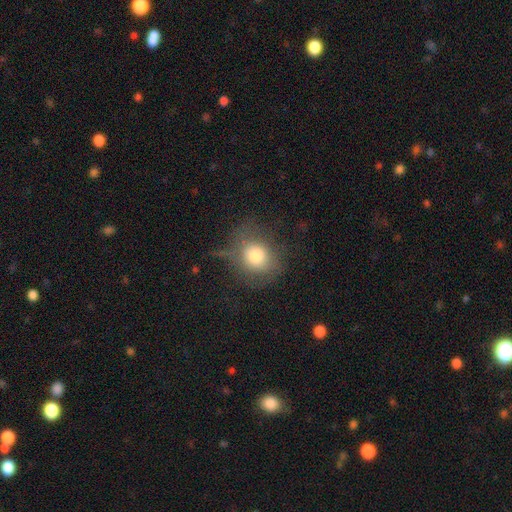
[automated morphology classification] Q: Smooth or featured?
A: smooth (73%); runner-up: featured or disk (16%)
Q: How rounded?
A: round (74%); runner-up: in between (25%)
Q: Merging?
A: none (59%); runner-up: minor disturbance (23%)